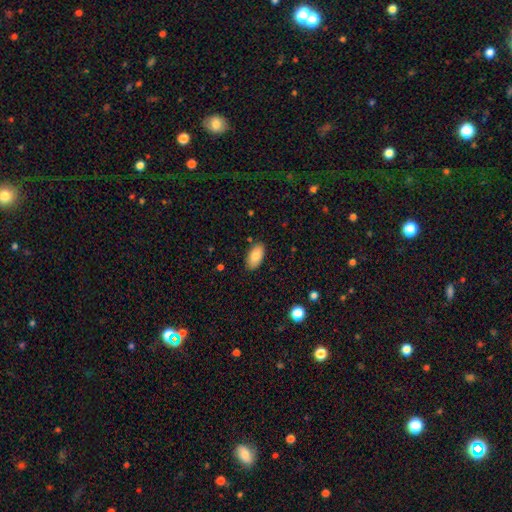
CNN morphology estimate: This is clearly a smooth galaxy (84%). How rounded: clearly in between (95%). Merging: clearly none (86%).